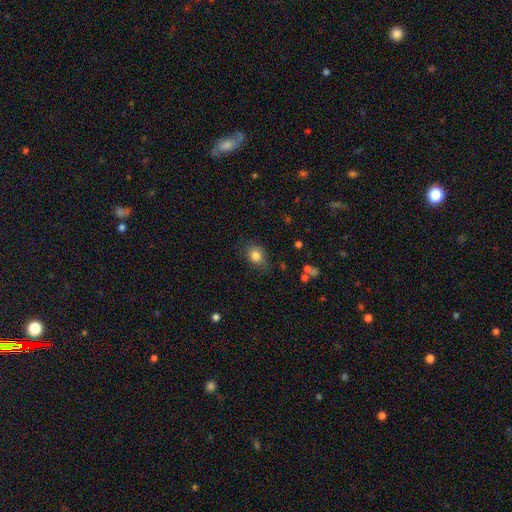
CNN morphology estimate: Smooth or featured: smooth — 82% (star or artifact — 10%)
How rounded: in between — 51% (round — 48%)
Merging: none — 76% (minor disturbance — 18%)